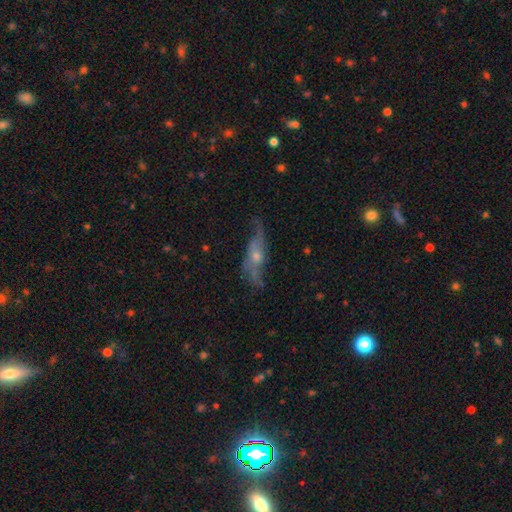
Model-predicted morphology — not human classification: Q: Smooth or featured?
A: featured or disk (70%); runner-up: smooth (21%)
Q: Edge-on disk?
A: no (62%); runner-up: yes (38%)
Q: Merging?
A: none (59%); runner-up: minor disturbance (25%)